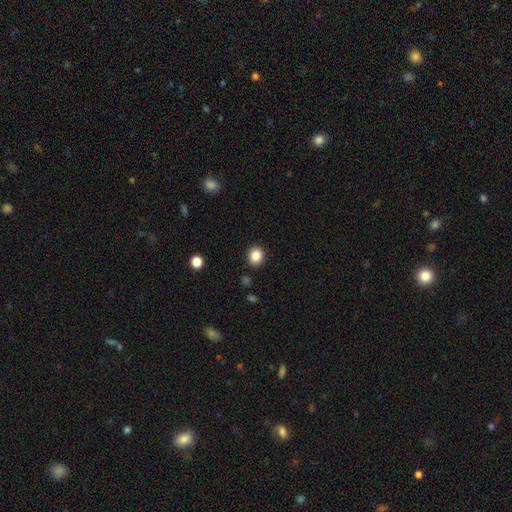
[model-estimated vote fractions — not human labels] Morphology: type=smooth (85%); roundness=round (78%); merging=none (91%).